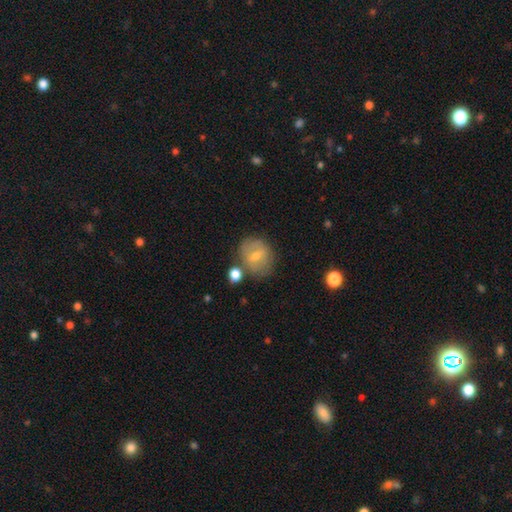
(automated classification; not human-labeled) Q: Smooth or featured?
A: smooth (58%); runner-up: featured or disk (34%)
Q: How rounded?
A: round (62%); runner-up: in between (37%)
Q: Merging?
A: none (60%); runner-up: minor disturbance (19%)